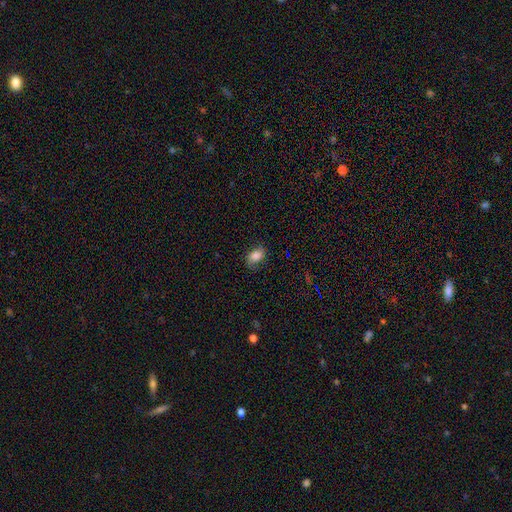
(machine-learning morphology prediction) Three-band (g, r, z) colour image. It shows a smooth galaxy with no disk features (72%) that is in between round and cigar-shaped (82%). Merging: none (66%).